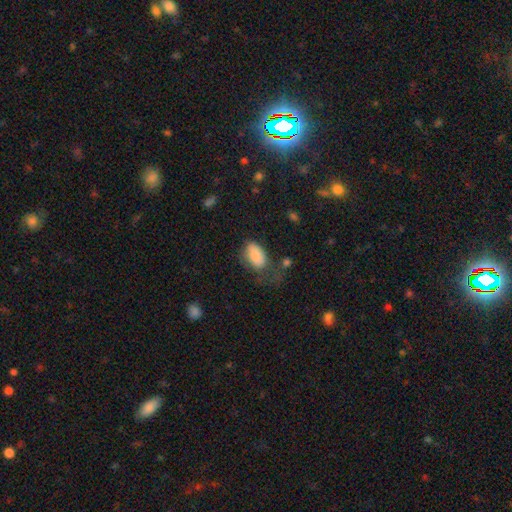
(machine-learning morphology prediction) smooth_or_featured: smooth (p=0.84) [alt: featured or disk p=0.08]
how_rounded: in between (p=0.93) [alt: round p=0.05]
merging: none (p=0.36) [alt: major disturbance p=0.31]